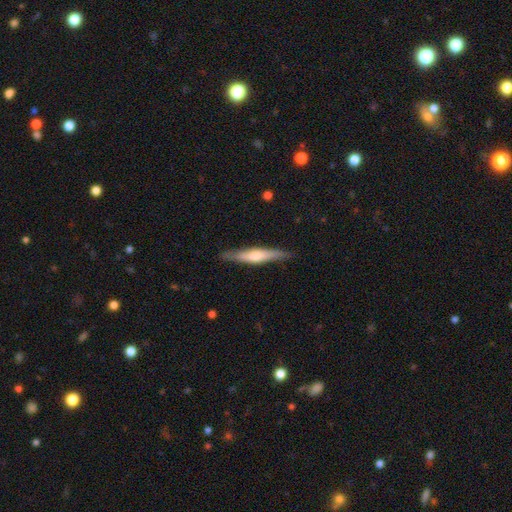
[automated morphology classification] The model was most divided on "smooth or featured": featured or disk: 52%, smooth: 43%, star or artifact: 5%. More confident: edge-on disk — yes (94%); merging — none (87%).